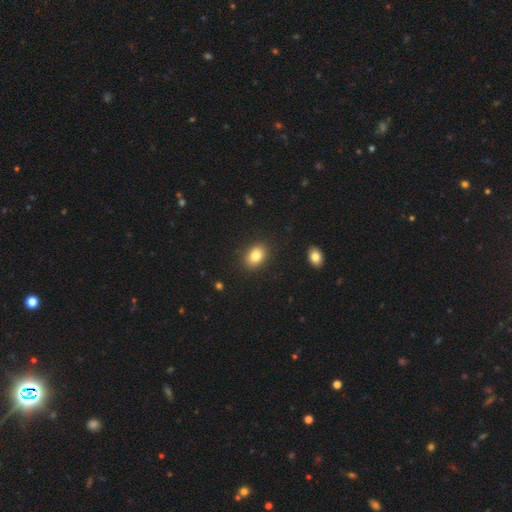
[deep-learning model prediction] A smooth galaxy with no disk features (84%) that is in between round and cigar-shaped (75%).

Vote fractions:
- Smooth or featured? smooth: 84% / star or artifact: 9% / featured or disk: 7%
- How rounded? in between: 75% / round: 24% / cigar-shaped: 1%
- Merging? none: 87% / minor disturbance: 9% / major disturbance: 3% / merger: 1%